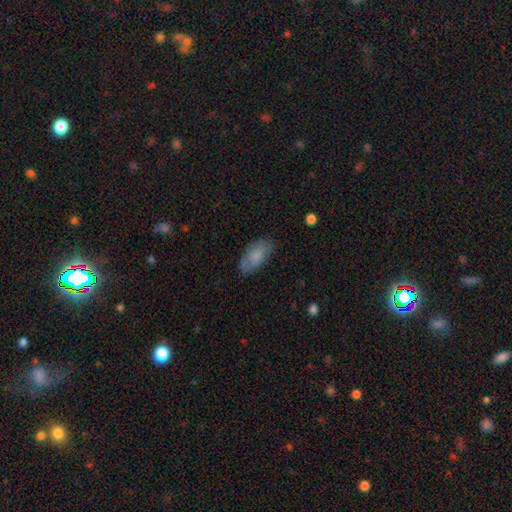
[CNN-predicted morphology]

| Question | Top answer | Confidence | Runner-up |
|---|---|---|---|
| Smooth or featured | smooth | 77% | featured or disk (17%) |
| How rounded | in between | 93% | cigar-shaped (5%) |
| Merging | none | 74% | minor disturbance (19%) |